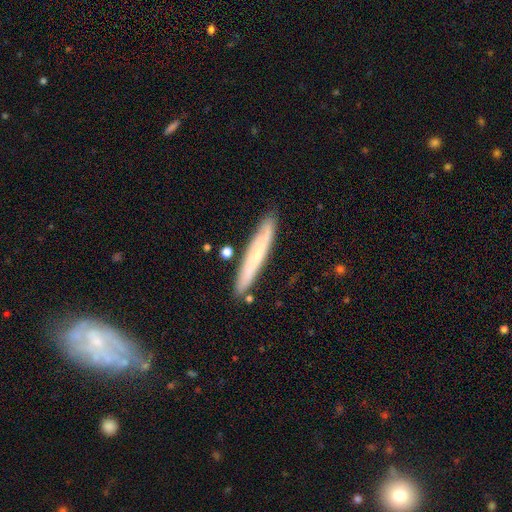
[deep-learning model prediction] This appears to be a smooth galaxy with no disk features (55%) that is cigar-shaped (94%). Merging: none (85%).